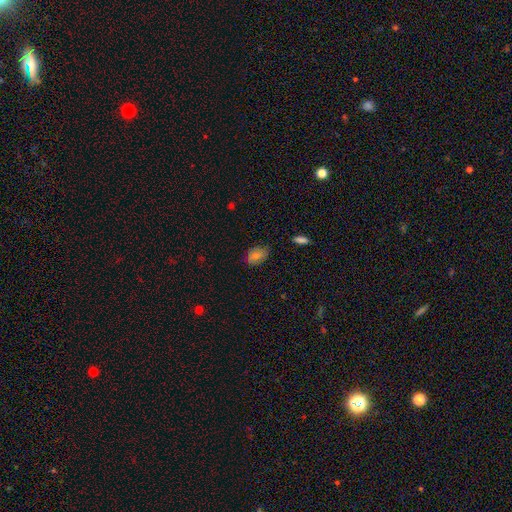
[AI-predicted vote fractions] smooth_or_featured: smooth (p=0.62) [alt: featured or disk p=0.22]
how_rounded: in between (p=0.83) [alt: round p=0.14]
merging: none (p=0.78) [alt: minor disturbance p=0.17]